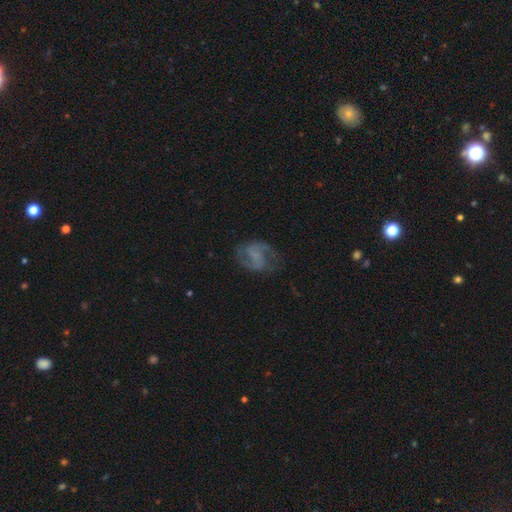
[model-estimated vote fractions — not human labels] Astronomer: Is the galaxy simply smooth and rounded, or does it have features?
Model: featured or disk — 71%.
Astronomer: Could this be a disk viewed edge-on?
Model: no — 98%.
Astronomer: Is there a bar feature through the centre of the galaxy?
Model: weak — 42% (runner-up: no, 40%).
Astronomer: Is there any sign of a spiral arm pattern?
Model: yes — 89%.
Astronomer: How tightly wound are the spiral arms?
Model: medium — 47% (runner-up: loose, 36%).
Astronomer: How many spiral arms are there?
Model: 2 — 84%.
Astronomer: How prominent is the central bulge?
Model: none — 64%.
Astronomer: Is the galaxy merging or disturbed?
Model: none — 66%.